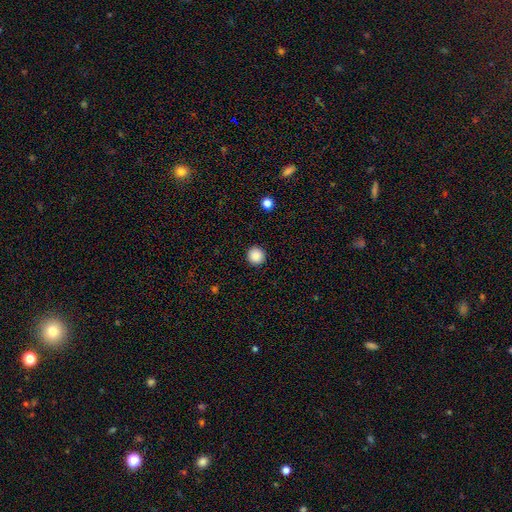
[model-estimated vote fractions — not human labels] smooth 89%, star or artifact 9%, featured or disk 2%. Down the decision tree: how rounded — round (95%); merging — none (93%).